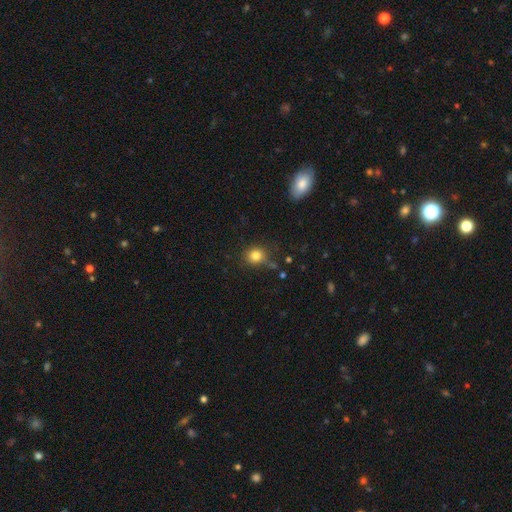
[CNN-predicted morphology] smooth_or_featured: smooth (p=0.82) [alt: star or artifact p=0.12]
how_rounded: round (p=0.83) [alt: in between p=0.16]
merging: none (p=0.76) [alt: minor disturbance p=0.15]